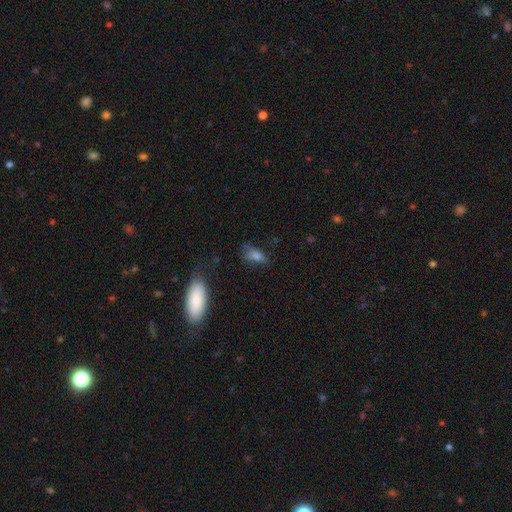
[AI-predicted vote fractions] This appears to be a smooth galaxy with no disk features (71%) that is in between round and cigar-shaped (78%). Merging: none (55%).